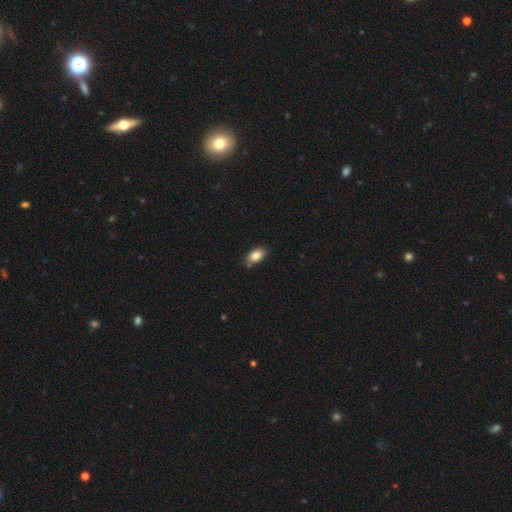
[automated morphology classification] smooth_or_featured: smooth (p=0.85) [alt: star or artifact p=0.08]
how_rounded: in between (p=0.91) [alt: round p=0.06]
merging: none (p=0.79) [alt: minor disturbance p=0.15]